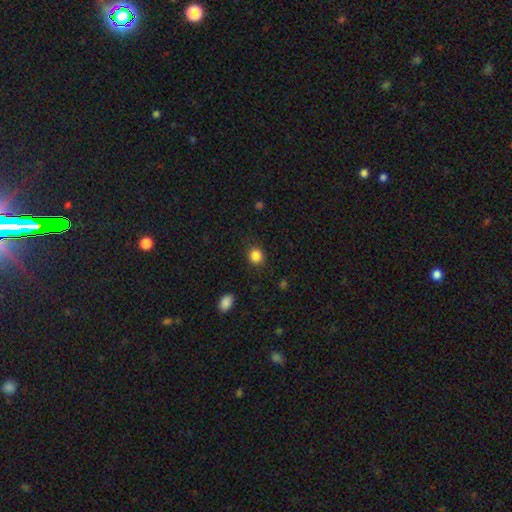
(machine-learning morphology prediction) Smooth or featured? Predicted: smooth (p=0.86). How rounded? Predicted: round (p=0.85). Merging? Predicted: none (p=0.87).